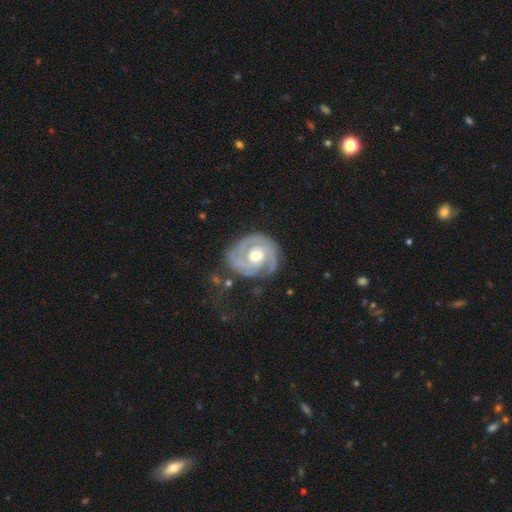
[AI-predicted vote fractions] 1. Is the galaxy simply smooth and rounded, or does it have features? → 88% featured or disk, 8% smooth, 4% star or artifact.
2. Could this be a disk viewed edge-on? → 98% no, 2% yes.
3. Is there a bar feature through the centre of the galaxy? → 69% no, 25% weak, 7% strong.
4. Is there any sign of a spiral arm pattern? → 95% yes, 5% no.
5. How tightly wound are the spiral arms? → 70% tight, 25% medium, 6% loose.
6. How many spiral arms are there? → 55% 2, 17% 3, 15% can't tell, 6% 1, 4% 4, 3% more than 4.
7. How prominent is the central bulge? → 77% moderate, 14% small, 7% large, 1% none, 1% dominant.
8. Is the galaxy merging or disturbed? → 67% none, 21% minor disturbance, 10% major disturbance, 2% merger.